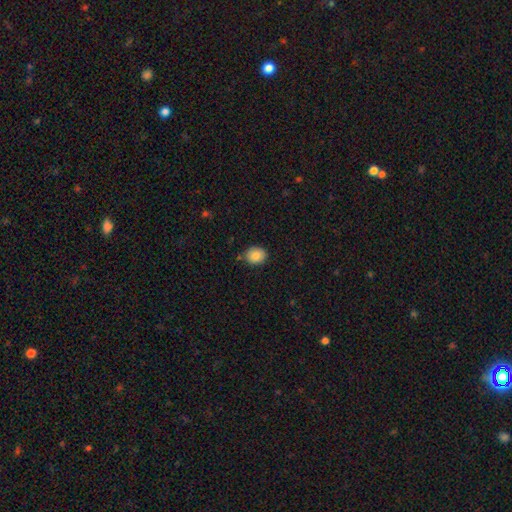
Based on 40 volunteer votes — A smooth galaxy with no disk features (85%) that is round (62%).

Vote fractions:
- Smooth or featured? smooth: 85% / featured or disk: 10% / star or artifact: 5%
- How rounded? round: 62% / in between: 38% / cigar-shaped: 0%
- Merging? none: 87% / minor disturbance: 8% / merger: 5% / major disturbance: 0%